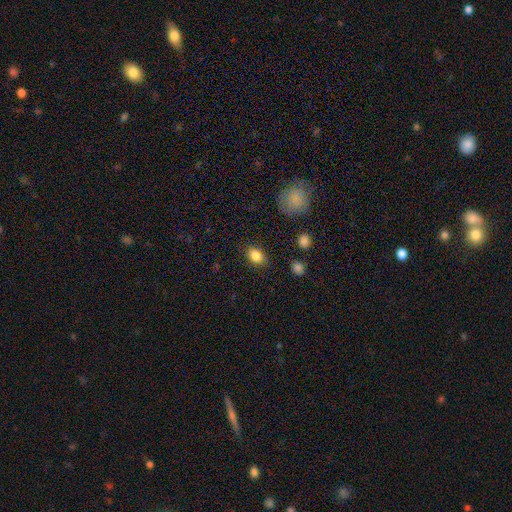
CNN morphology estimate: A smooth galaxy with no disk features (85%) that is in between round and cigar-shaped (68%).

Vote fractions:
- Smooth or featured? smooth: 85% / star or artifact: 10% / featured or disk: 6%
- How rounded? in between: 68% / round: 31% / cigar-shaped: 1%
- Merging? none: 84% / minor disturbance: 11% / major disturbance: 3% / merger: 2%